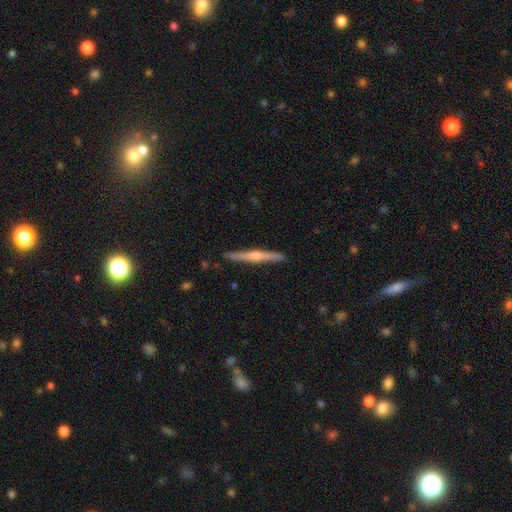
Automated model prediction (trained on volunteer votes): This appears to be a featured or disk galaxy (70%) viewed edge-on (98%) with a rounded central bulge (81%). Merging: none (91%).